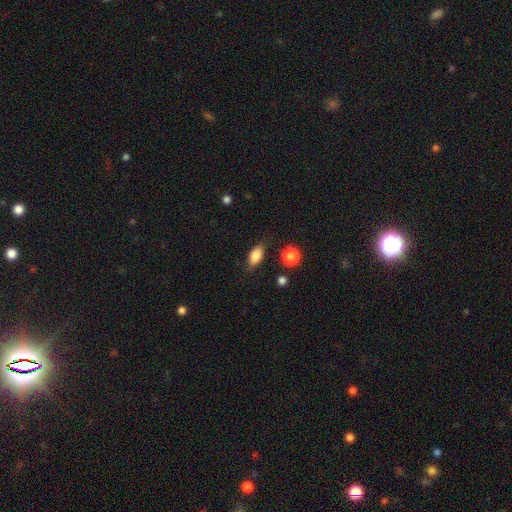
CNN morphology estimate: smooth-or-featured: smooth: 81% | featured or disk: 10% | star or artifact: 9%
  how-rounded: in between: 84% | round: 9% | cigar-shaped: 7%
  merging: none: 78% | minor disturbance: 16% | major disturbance: 4% | merger: 2%